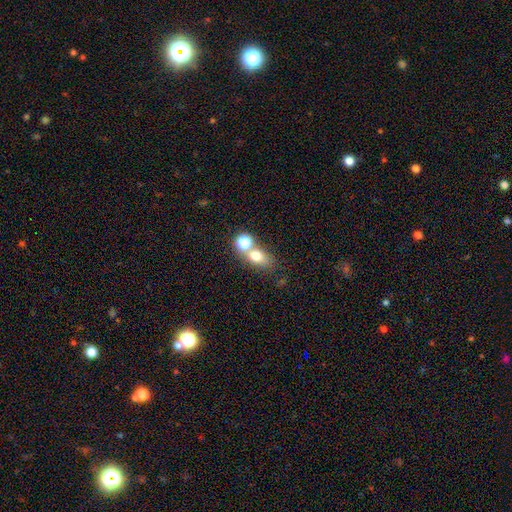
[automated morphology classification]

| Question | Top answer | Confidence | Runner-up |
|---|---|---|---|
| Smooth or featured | smooth | 70% | featured or disk (17%) |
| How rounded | in between | 58% | round (39%) |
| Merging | merger | 45% | none (42%) |